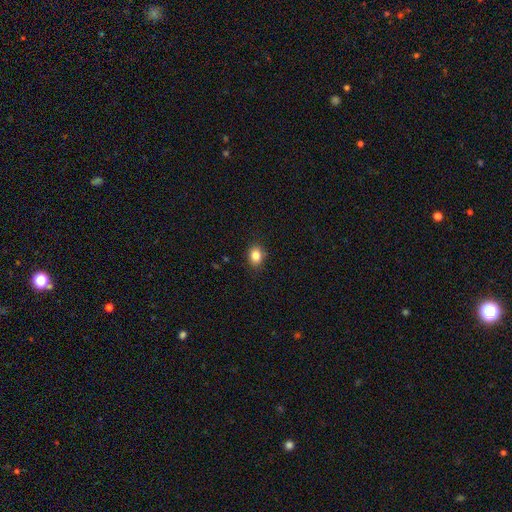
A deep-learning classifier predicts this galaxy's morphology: This appears to be a smooth galaxy with no disk features (84%) that is in between round and cigar-shaped (54%). Merging: none (87%).